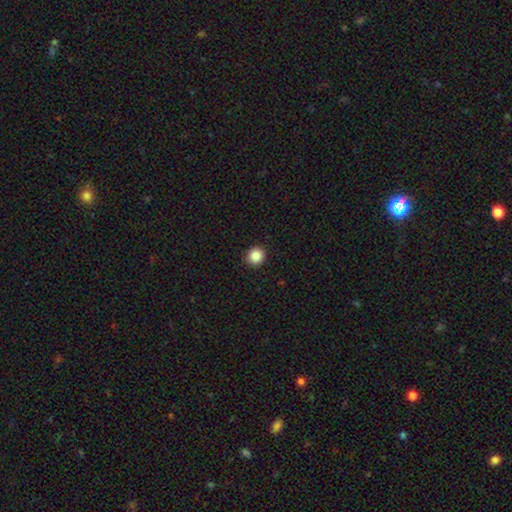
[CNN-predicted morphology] Overall: smooth (86%). How rounded: round (91%). Merging: none (92%).